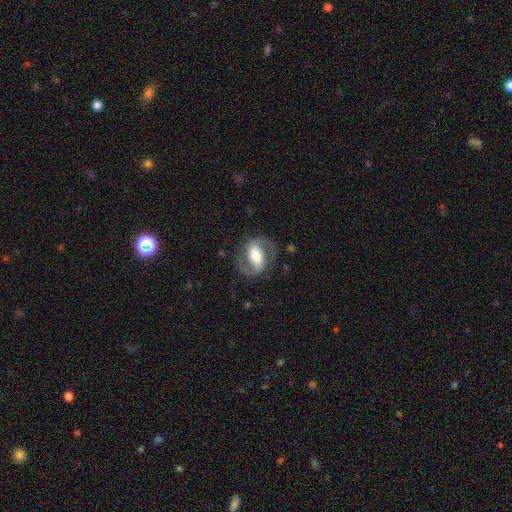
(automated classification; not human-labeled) A featured or disk galaxy (84%) with a strong bar (50%), 2 (92%) medium (56%) spiral arms (94%) and a moderate central bulge (55%). Merging: none (78%).